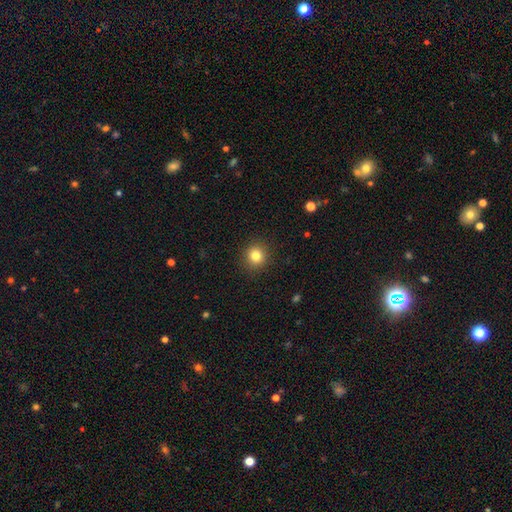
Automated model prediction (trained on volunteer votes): smooth_or_featured: smooth (p=0.82) [alt: star or artifact p=0.12]
how_rounded: round (p=0.90) [alt: in between p=0.09]
merging: none (p=0.92) [alt: minor disturbance p=0.05]